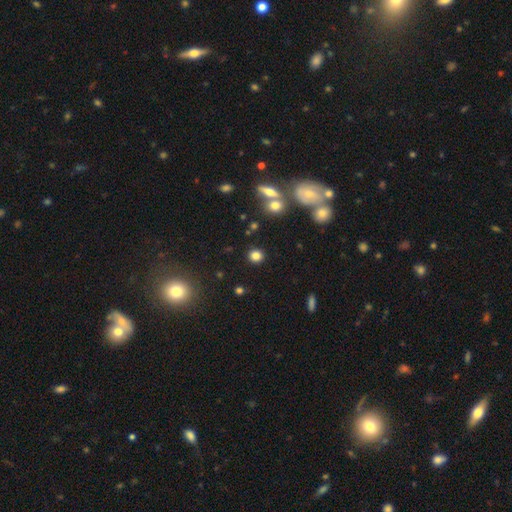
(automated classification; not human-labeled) Smooth or featured: smooth — 81% (star or artifact — 13%)
How rounded: round — 84% (in between — 15%)
Merging: none — 87% (minor disturbance — 7%)